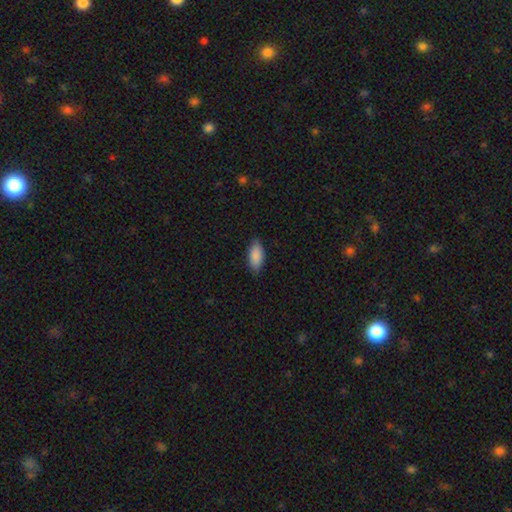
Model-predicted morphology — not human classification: A smooth galaxy with no disk features (89%) that is in between round and cigar-shaped (89%). Merging: none (84%).